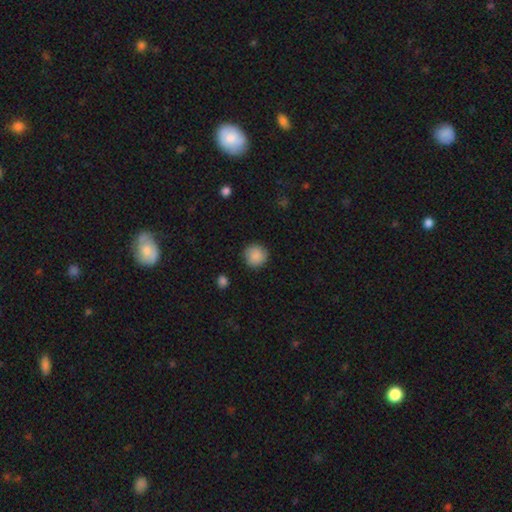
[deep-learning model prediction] A smooth galaxy with no disk features (88%) that is round (94%). Merging: none (89%).